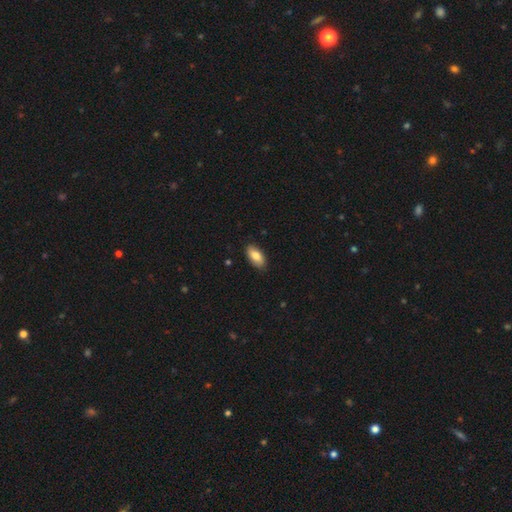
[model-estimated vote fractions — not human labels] The model was most divided on "smooth or featured": smooth: 82%, featured or disk: 11%, star or artifact: 6%. More confident: how rounded — in between (91%); merging — none (85%).